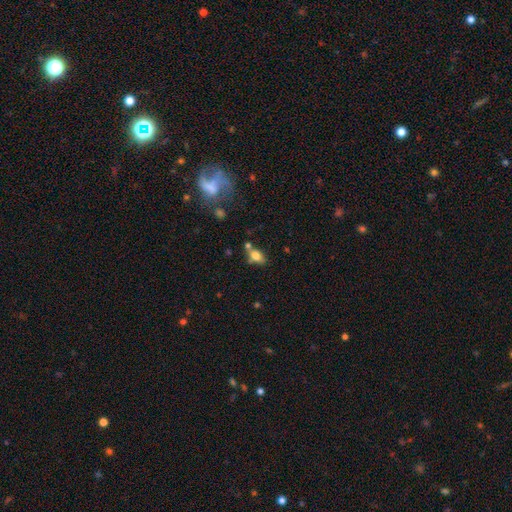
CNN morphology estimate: This appears to be a smooth galaxy with no disk features (73%) that is in between round and cigar-shaped (79%). Merging: none (58%).